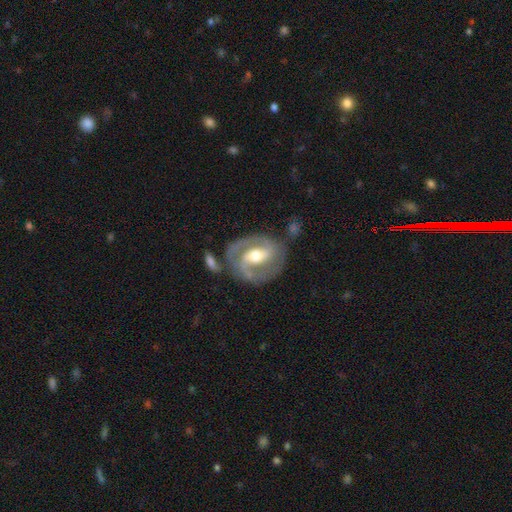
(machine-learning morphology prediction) This appears to be a featured or disk galaxy (88%) with a weak bar (42%), 2 (86%) medium (50%) spiral arms (95%) and a moderate central bulge (70%). Merging: none (69%).